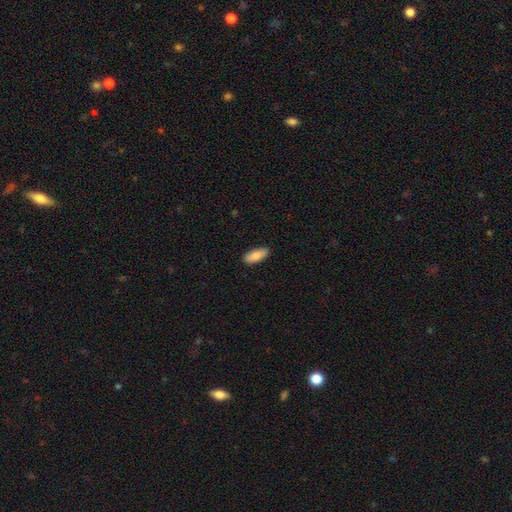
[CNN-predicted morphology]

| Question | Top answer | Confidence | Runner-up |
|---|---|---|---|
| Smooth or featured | smooth | 80% | featured or disk (14%) |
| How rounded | in between | 81% | cigar-shaped (16%) |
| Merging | none | 88% | minor disturbance (10%) |